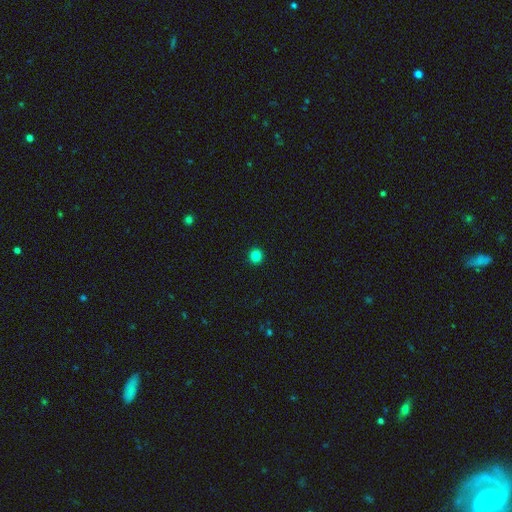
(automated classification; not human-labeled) This is clearly a smooth galaxy (84%). How rounded: clearly round (92%). Merging: clearly none (93%).